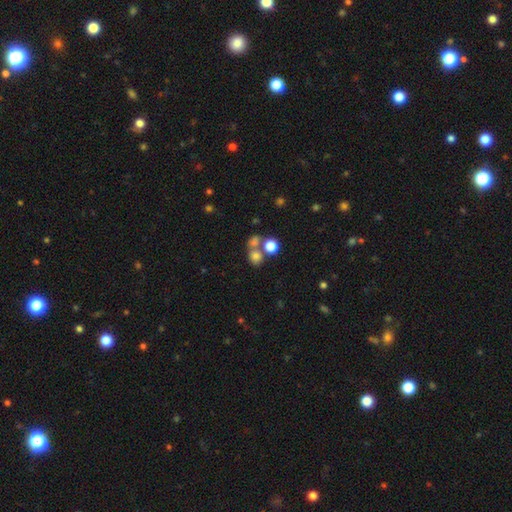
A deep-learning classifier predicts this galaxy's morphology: smooth_or_featured: smooth (p=0.72) [alt: star or artifact p=0.17]
how_rounded: round (p=0.74) [alt: in between p=0.25]
merging: none (p=0.46) [alt: merger p=0.40]